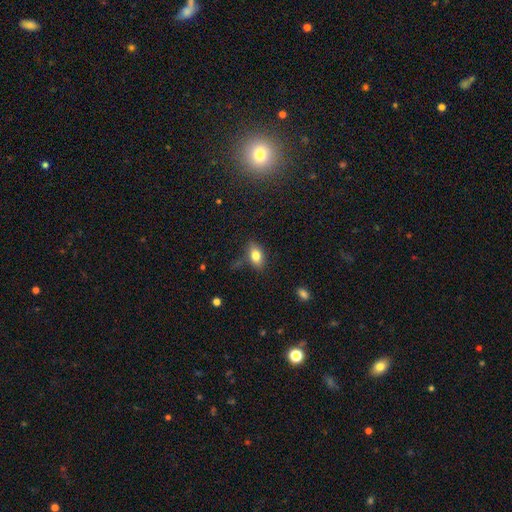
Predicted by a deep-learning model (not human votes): This is likely a smooth galaxy (79%). How rounded: clearly in between (86%). Merging: likely none (74%).